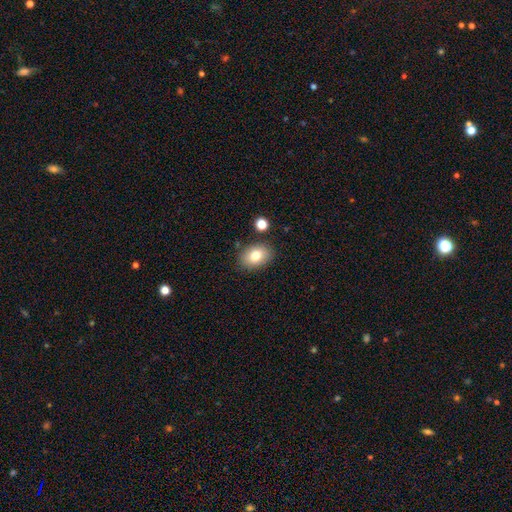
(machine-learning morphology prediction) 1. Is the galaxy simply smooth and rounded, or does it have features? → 78% smooth, 13% featured or disk, 9% star or artifact.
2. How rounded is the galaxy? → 77% in between, 22% round, 1% cigar-shaped.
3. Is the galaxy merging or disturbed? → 84% none, 10% minor disturbance, 4% merger, 3% major disturbance.